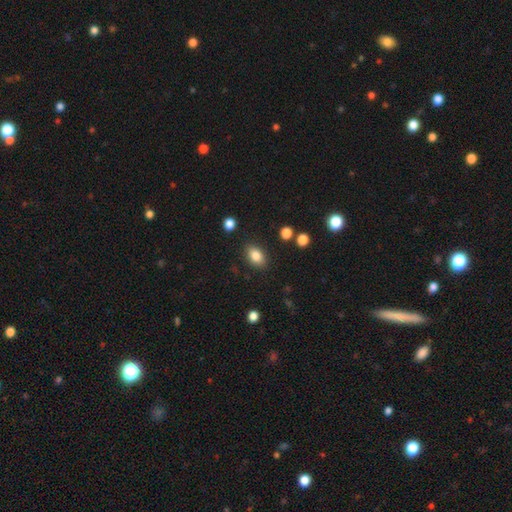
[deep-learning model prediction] Morphology: type=smooth (84%); roundness=in between (84%); merging=none (85%).